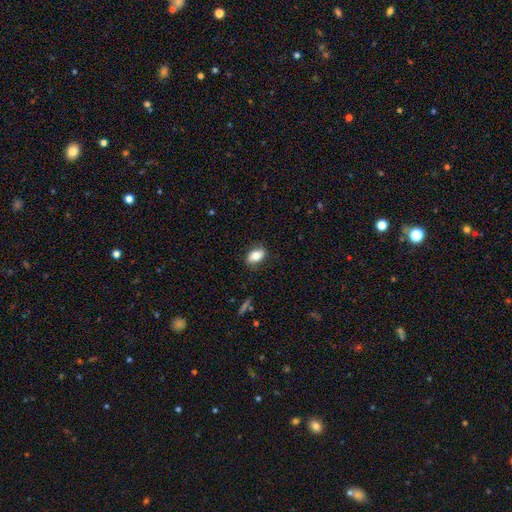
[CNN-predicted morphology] Overall: smooth (79%). How rounded: in between (87%). Merging: none (83%).